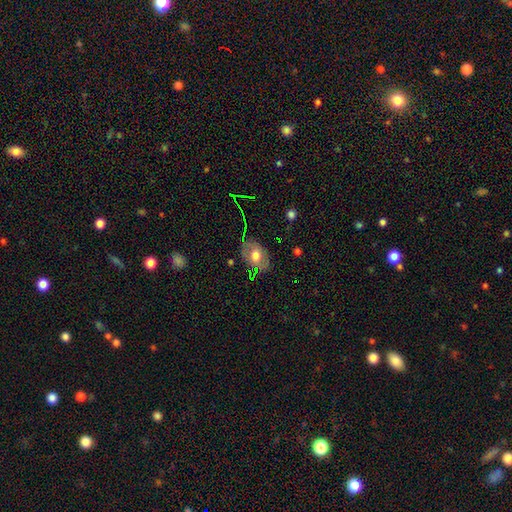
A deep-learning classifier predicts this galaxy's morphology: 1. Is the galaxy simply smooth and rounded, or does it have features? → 57% smooth, 34% featured or disk, 9% star or artifact.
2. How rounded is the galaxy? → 76% in between, 22% round, 1% cigar-shaped.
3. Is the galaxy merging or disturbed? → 76% none, 18% minor disturbance, 5% major disturbance, 2% merger.